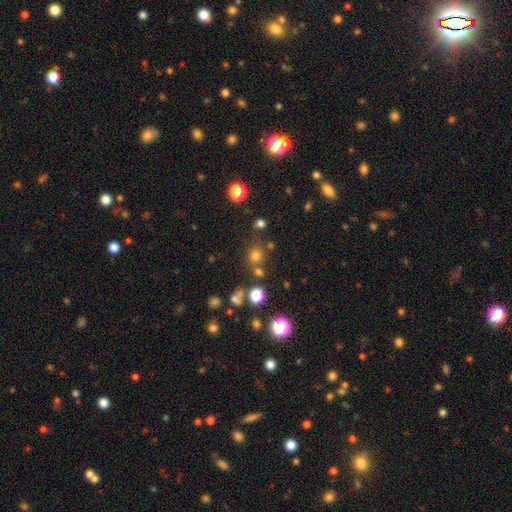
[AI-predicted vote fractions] This appears to be a smooth galaxy with no disk features (69%) that is round (88%). Merging: none (71%).